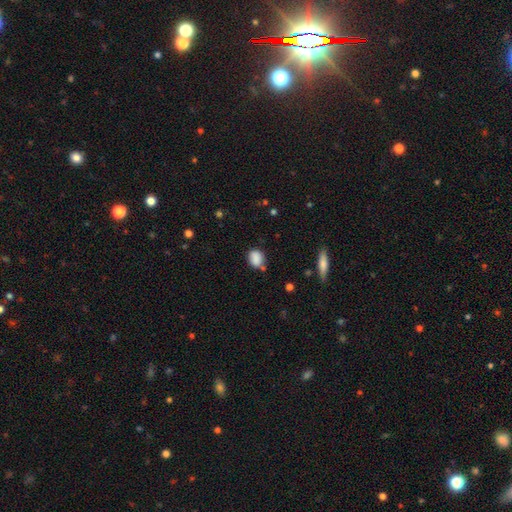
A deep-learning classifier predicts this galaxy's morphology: Smooth or featured? Predicted: smooth (p=0.85). How rounded? Predicted: in between (p=0.56). Merging? Predicted: none (p=0.68).